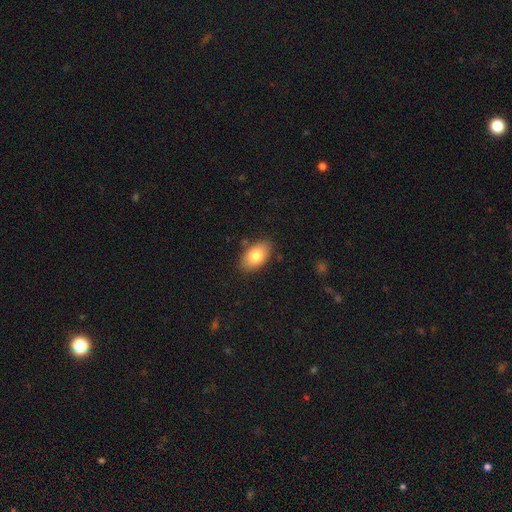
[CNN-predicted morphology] This appears to be a smooth galaxy with no disk features (81%) that is in between round and cigar-shaped (93%). Merging: none (84%).